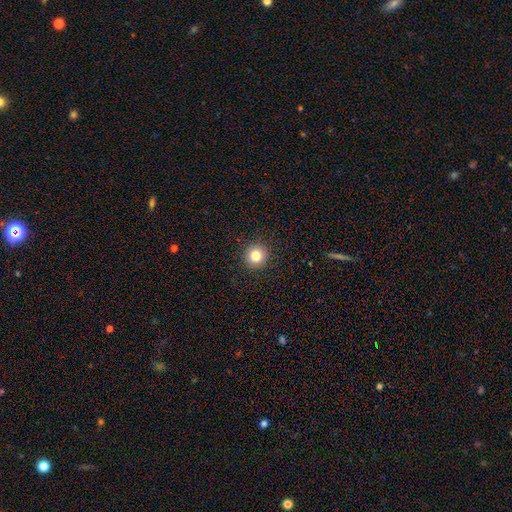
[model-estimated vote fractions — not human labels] Smooth or featured: smooth — 82% (star or artifact — 12%)
How rounded: round — 94% (in between — 5%)
Merging: none — 92% (minor disturbance — 5%)